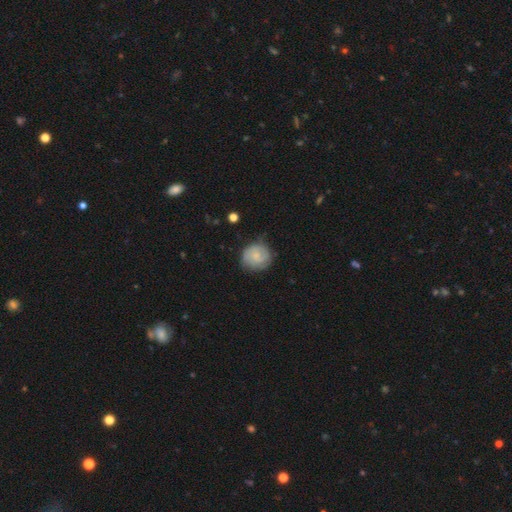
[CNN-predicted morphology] Smooth or featured? smooth (49%)
Merging? none (72%)